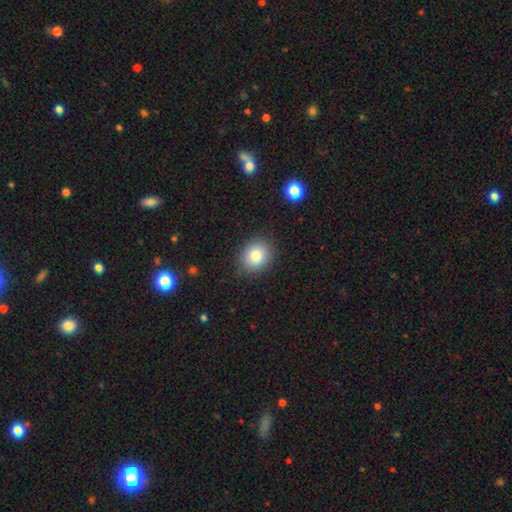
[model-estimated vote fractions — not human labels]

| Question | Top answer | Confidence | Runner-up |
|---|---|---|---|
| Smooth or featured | smooth | 81% | star or artifact (10%) |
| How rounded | round | 70% | in between (29%) |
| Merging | none | 85% | minor disturbance (11%) |